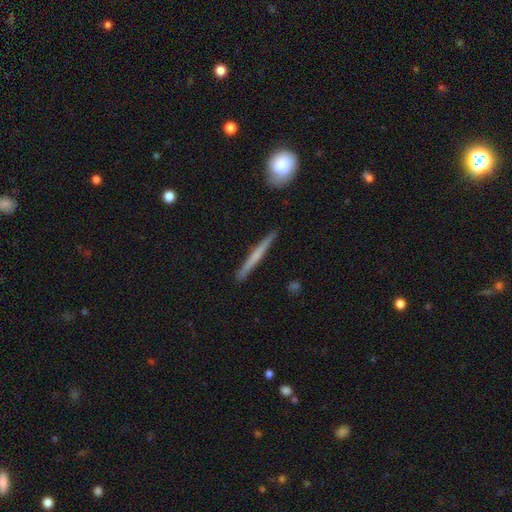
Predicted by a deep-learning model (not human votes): Smooth or featured?
  - featured or disk: 48% *
  - smooth: 46%
  - star or artifact: 6%
Merging?
  - none: 90% *
  - minor disturbance: 7%
  - major disturbance: 1%
  - merger: 1%